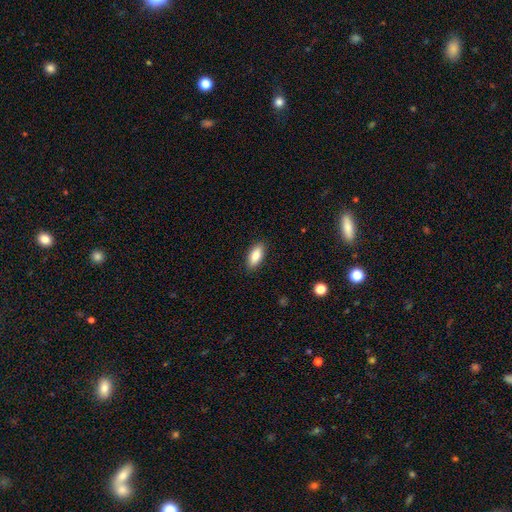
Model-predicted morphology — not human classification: Q: Smooth or featured?
A: smooth (87%); runner-up: star or artifact (6%)
Q: How rounded?
A: in between (87%); runner-up: cigar-shaped (11%)
Q: Merging?
A: none (88%); runner-up: minor disturbance (9%)